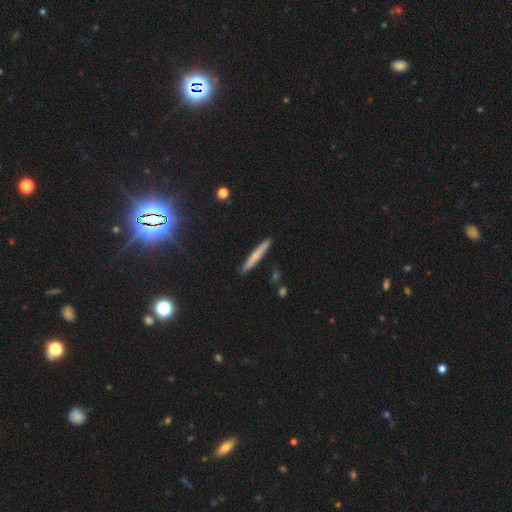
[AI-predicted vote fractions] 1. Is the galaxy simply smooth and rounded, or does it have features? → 65% smooth, 29% featured or disk, 6% star or artifact.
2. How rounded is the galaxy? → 96% cigar-shaped, 3% in between, 1% round.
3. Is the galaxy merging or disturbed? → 90% none, 7% minor disturbance, 2% merger, 1% major disturbance.